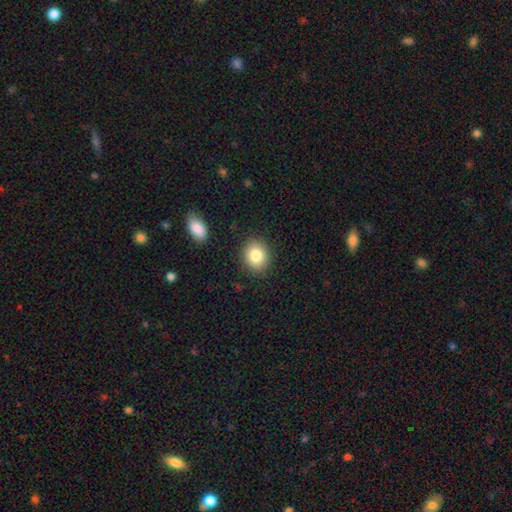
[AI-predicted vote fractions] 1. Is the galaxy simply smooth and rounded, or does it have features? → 83% smooth, 9% star or artifact, 8% featured or disk.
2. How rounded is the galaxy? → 67% round, 32% in between, 1% cigar-shaped.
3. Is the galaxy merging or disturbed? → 87% none, 9% minor disturbance, 3% major disturbance, 2% merger.